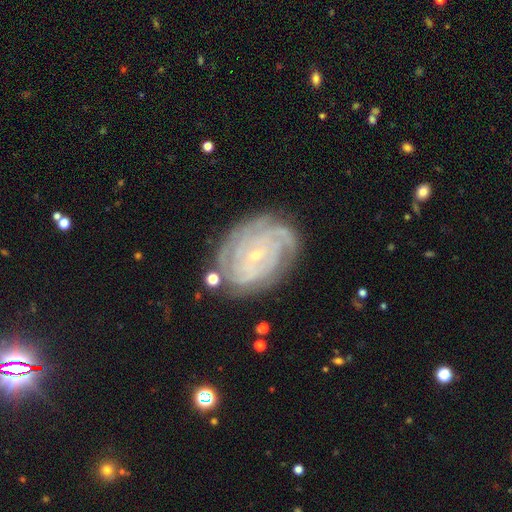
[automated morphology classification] smooth-or-featured: featured or disk: 86% | star or artifact: 7% | smooth: 7%
  disk-edge-on: no: 97% | yes: 3%
    bar: no: 65% | weak: 26% | strong: 9%
    has-spiral-arms: yes: 97% | no: 3%
      spiral-winding: tight: 80% | medium: 17% | loose: 3%
      spiral-arm-count: 4: 27% | can't tell: 24% | 3: 19% | more than 4: 12% | 2: 11% | 1: 7%
    bulge-size: small: 83% | moderate: 13% | none: 2% | large: 1% | dominant: 1%
  merging: none: 76% | minor disturbance: 16% | major disturbance: 5% | merger: 2%